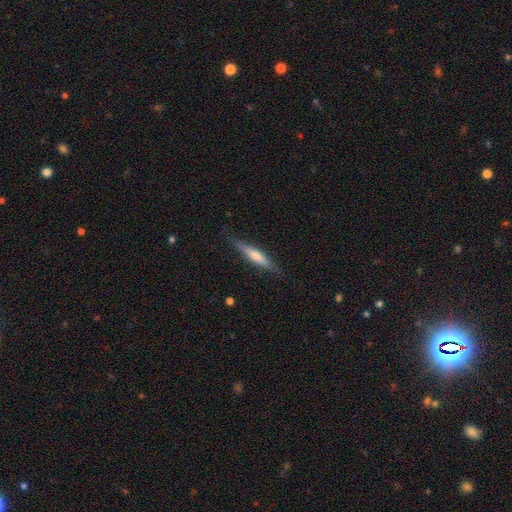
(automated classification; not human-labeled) A featured or disk galaxy (52%) viewed edge-on (95%).

Vote fractions:
- Smooth or featured? featured or disk: 52% / smooth: 42% / star or artifact: 6%
- Edge-on disk? yes: 95% / no: 5%
- Merging? none: 85% / minor disturbance: 12% / major disturbance: 2% / merger: 1%